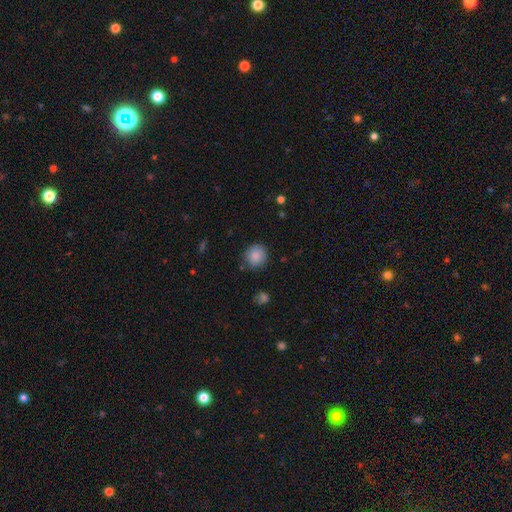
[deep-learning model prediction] Morphology: type=smooth (87%); roundness=round (88%); merging=none (85%).